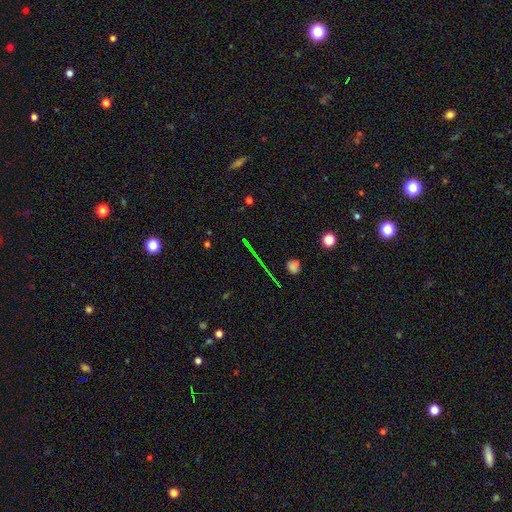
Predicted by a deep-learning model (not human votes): smooth-or-featured: star or artifact: 67% | featured or disk: 18% | smooth: 16%